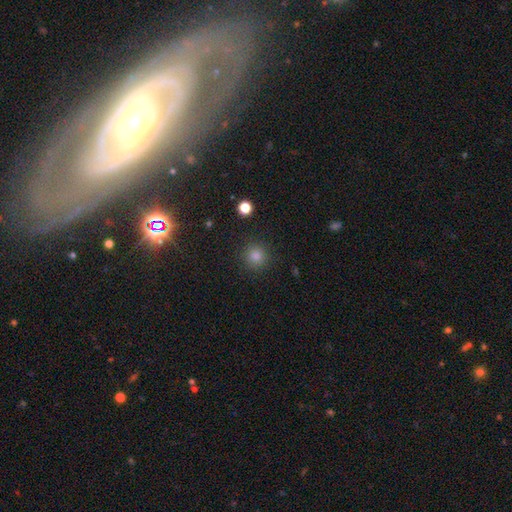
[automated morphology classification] smooth_or_featured: smooth (p=0.77) [alt: star or artifact p=0.18]
how_rounded: round (p=0.95) [alt: in between p=0.04]
merging: none (p=0.91) [alt: minor disturbance p=0.05]